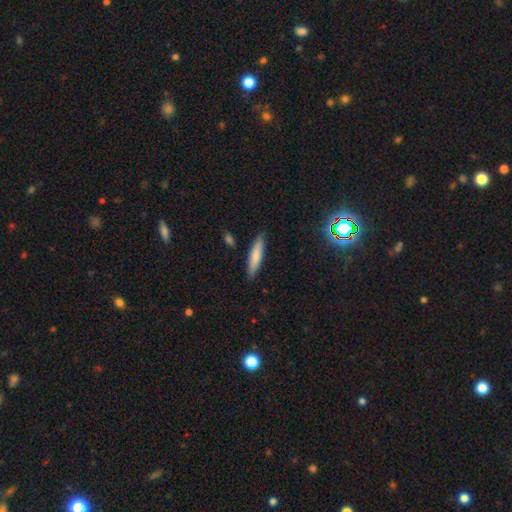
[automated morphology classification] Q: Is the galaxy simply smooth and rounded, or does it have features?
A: smooth — 78%.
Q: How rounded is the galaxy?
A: cigar-shaped — 80%.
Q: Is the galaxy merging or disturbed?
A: none — 85%.